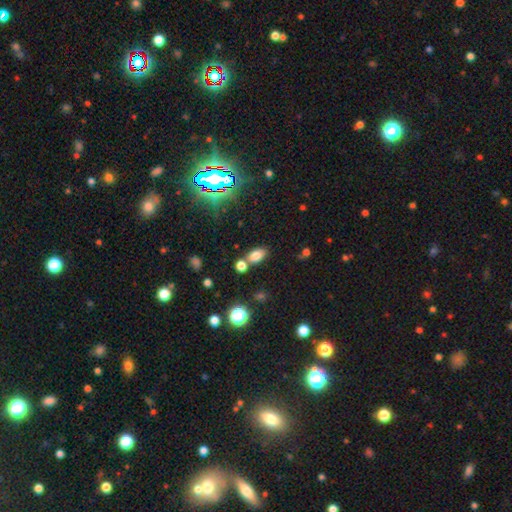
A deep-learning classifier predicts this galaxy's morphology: smooth_or_featured: smooth (p=0.77) [alt: star or artifact p=0.15]
how_rounded: in between (p=0.86) [alt: round p=0.11]
merging: none (p=0.66) [alt: merger p=0.19]